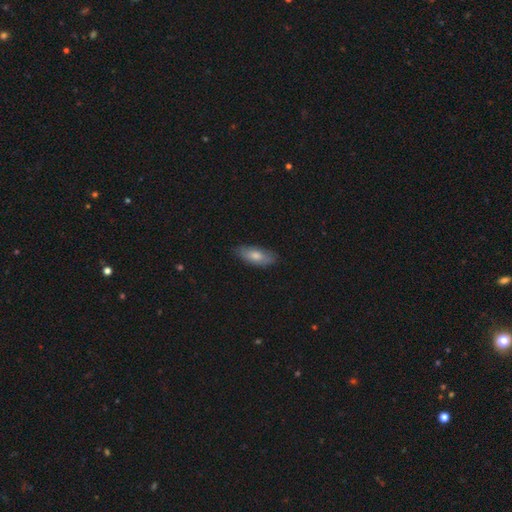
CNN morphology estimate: A smooth galaxy with no disk features (75%) that is in between round and cigar-shaped (81%).

Vote fractions:
- Smooth or featured? smooth: 75% / featured or disk: 19% / star or artifact: 6%
- How rounded? in between: 81% / cigar-shaped: 16% / round: 2%
- Merging? none: 80% / minor disturbance: 16% / major disturbance: 3% / merger: 1%